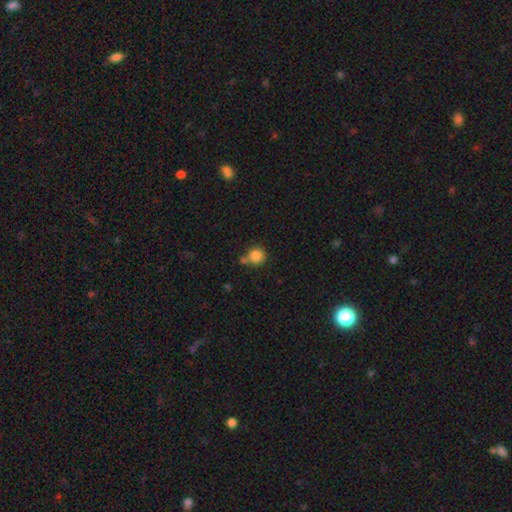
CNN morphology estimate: Smooth or featured? smooth (85%)
How rounded? round (92%)
Merging? none (66%)